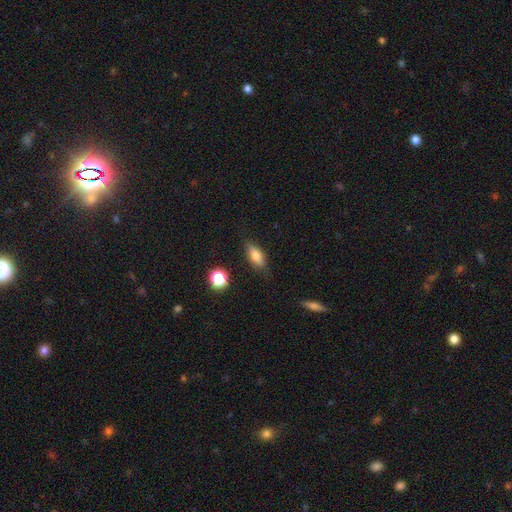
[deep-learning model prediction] A smooth galaxy with no disk features (75%) that is in between round and cigar-shaped (74%). Merging: none (82%).